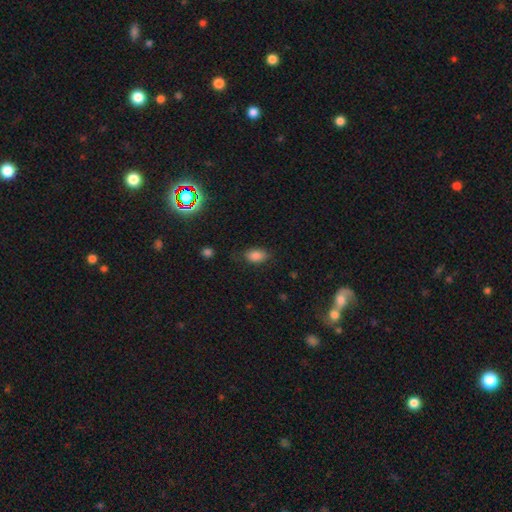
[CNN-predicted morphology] A smooth galaxy with no disk features (83%) that is in between round and cigar-shaped (88%).

Vote fractions:
- Smooth or featured? smooth: 83% / star or artifact: 11% / featured or disk: 6%
- How rounded? in between: 88% / round: 10% / cigar-shaped: 2%
- Merging? none: 72% / minor disturbance: 20% / major disturbance: 7% / merger: 2%